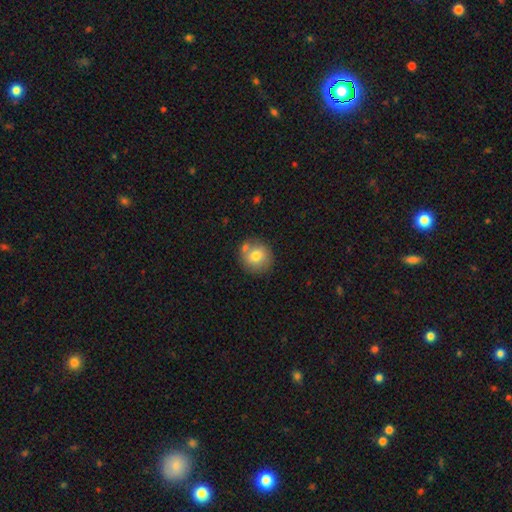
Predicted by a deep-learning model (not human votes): smooth 76%, featured or disk 15%, star or artifact 9%. Down the decision tree: how rounded — round (90%); merging — none (68%).